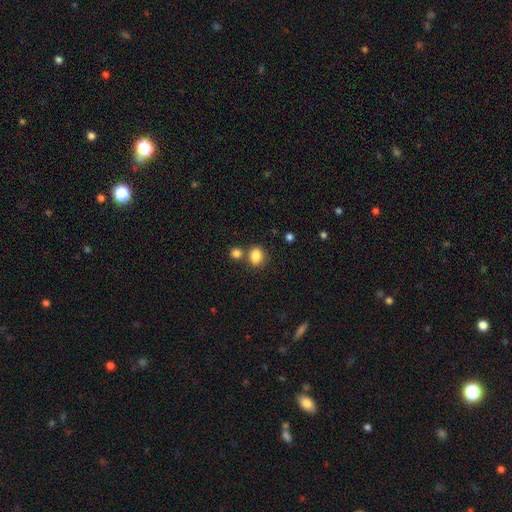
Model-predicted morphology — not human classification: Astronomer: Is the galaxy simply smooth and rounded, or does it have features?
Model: smooth — 85%.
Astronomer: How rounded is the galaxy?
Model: in between — 58% (runner-up: round, 41%).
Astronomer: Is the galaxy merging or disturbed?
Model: none — 64%.